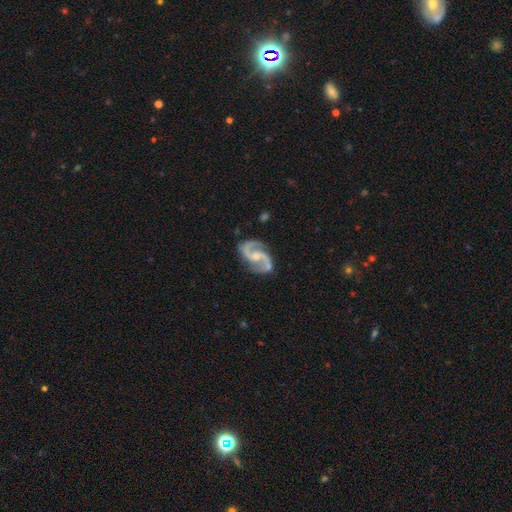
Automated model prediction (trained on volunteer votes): smooth_or_featured: featured or disk (p=0.93) [alt: star or artifact p=0.04]
disk_edge_on: no (p=0.98) [alt: yes p=0.02]
bar: no (p=0.46) [alt: weak p=0.42]
has_spiral_arms: yes (p=0.98) [alt: no p=0.02]
spiral_winding: medium (p=0.59) [alt: loose p=0.29]
spiral_arm_count: 2 (p=0.94) [alt: 3 p=0.01]
bulge_size: small (p=0.42) [alt: moderate p=0.40]
merging: none (p=0.76) [alt: minor disturbance p=0.16]